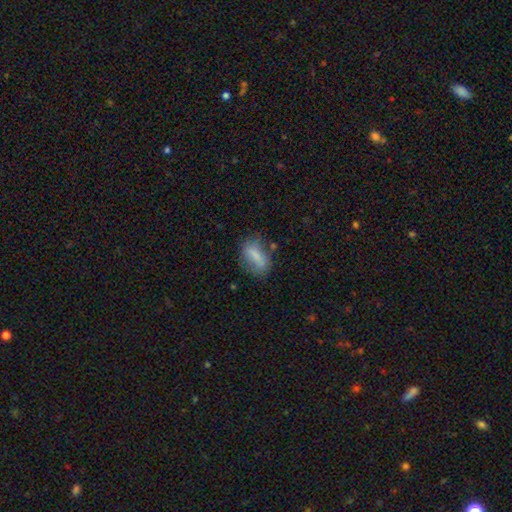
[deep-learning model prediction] A smooth galaxy with no disk features (69%) that is in between round and cigar-shaped (78%).

Vote fractions:
- Smooth or featured? smooth: 69% / featured or disk: 23% / star or artifact: 9%
- How rounded? in between: 78% / cigar-shaped: 13% / round: 9%
- Merging? none: 59% / minor disturbance: 25% / major disturbance: 11% / merger: 5%